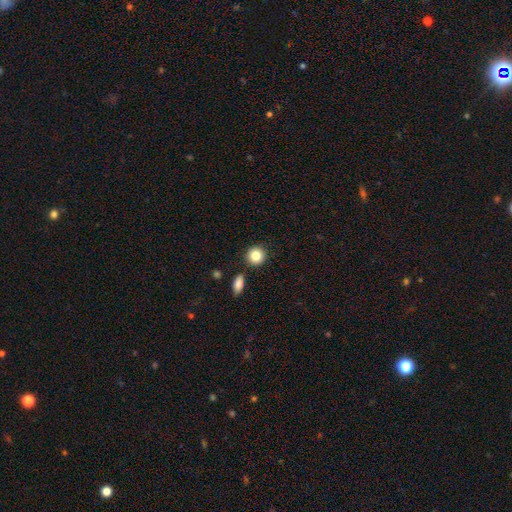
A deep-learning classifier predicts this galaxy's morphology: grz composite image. It shows a smooth galaxy with no disk features (85%) that is round (89%). Merging: none (85%).